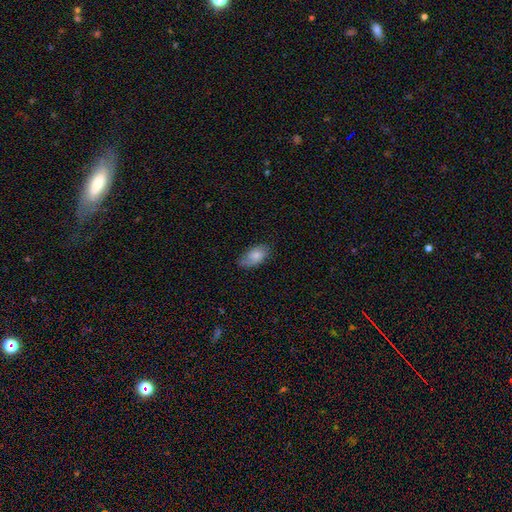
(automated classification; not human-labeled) smooth-or-featured: smooth: 66% | featured or disk: 27% | star or artifact: 7%
  how-rounded: in between: 93% | round: 4% | cigar-shaped: 3%
  merging: none: 68% | minor disturbance: 24% | major disturbance: 6% | merger: 1%